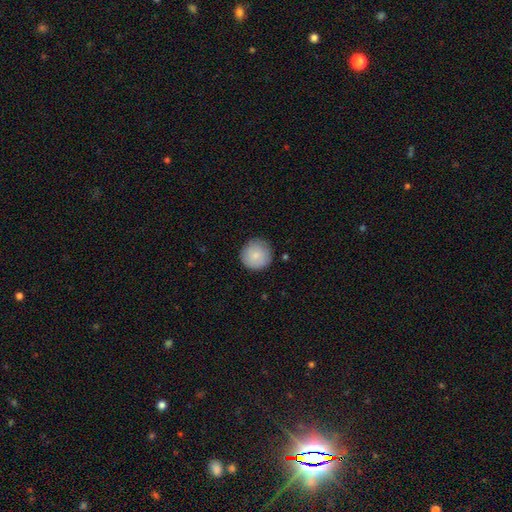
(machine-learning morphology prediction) smooth-or-featured: smooth: 85% | featured or disk: 9% | star or artifact: 6%
  how-rounded: round: 95% | in between: 4% | cigar-shaped: 1%
  merging: none: 86% | minor disturbance: 11% | major disturbance: 2% | merger: 1%